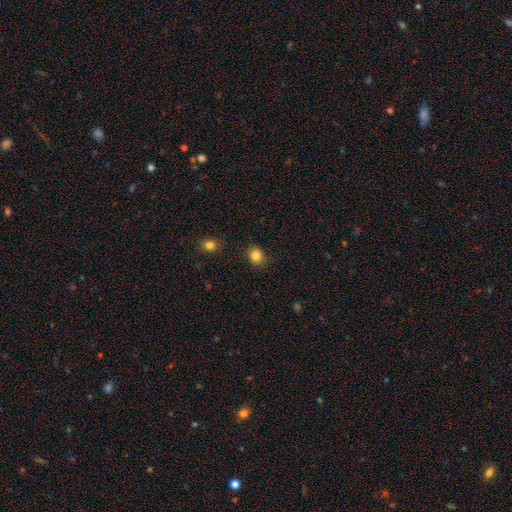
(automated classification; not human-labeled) Smooth or featured? smooth (84%)
How rounded? round (68%)
Merging? none (86%)